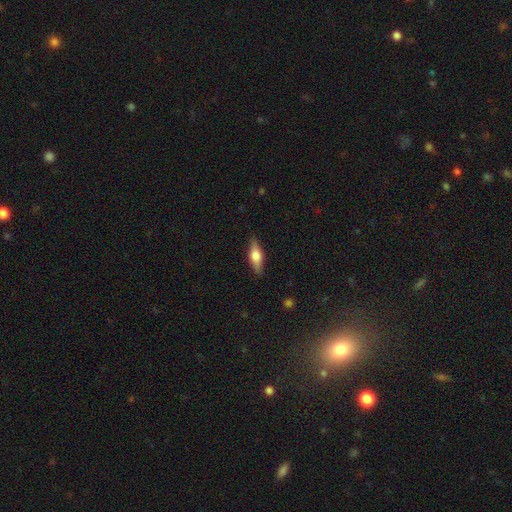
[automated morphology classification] Smooth or featured?
  - smooth: 53% *
  - featured or disk: 41%
  - star or artifact: 7%
How rounded?
  - in between: 58% *
  - cigar-shaped: 38%
  - round: 4%
Merging?
  - none: 86% *
  - minor disturbance: 10%
  - major disturbance: 2%
  - merger: 1%